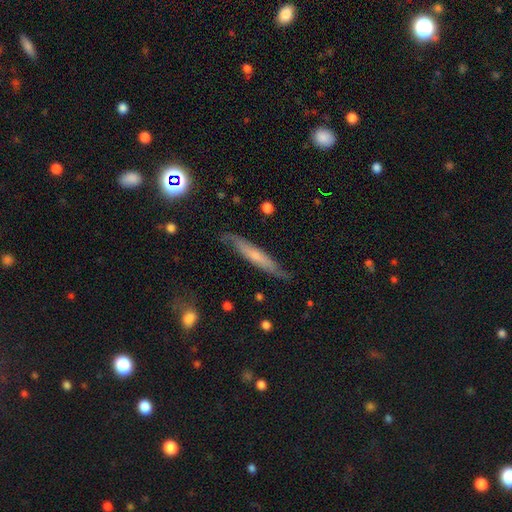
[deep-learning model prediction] Smooth or featured? Predicted: featured or disk (p=0.48). Merging? Predicted: none (p=0.75).